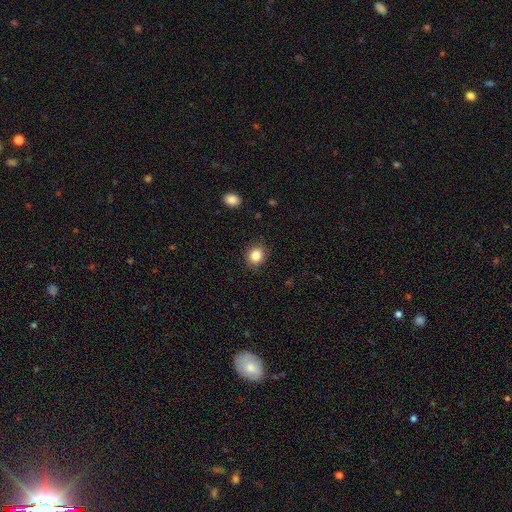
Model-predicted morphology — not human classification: Smooth or featured?
  - smooth: 85% *
  - star or artifact: 10%
  - featured or disk: 5%
How rounded?
  - round: 74% *
  - in between: 25%
  - cigar-shaped: 1%
Merging?
  - none: 88% *
  - minor disturbance: 9%
  - major disturbance: 3%
  - merger: 1%